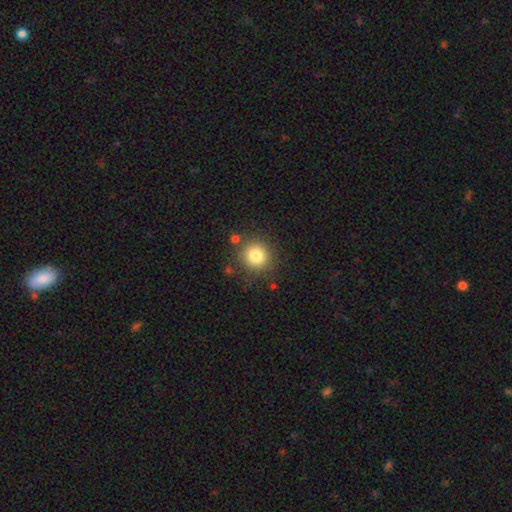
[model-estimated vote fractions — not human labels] smooth 82%, star or artifact 11%, featured or disk 7%. Down the decision tree: how rounded — round (91%); merging — none (82%).